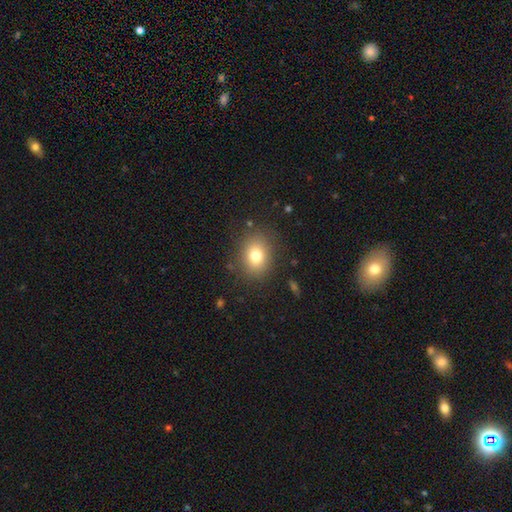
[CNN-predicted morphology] Smooth or featured? Predicted: smooth (p=0.78). How rounded? Predicted: in between (p=0.50). Merging? Predicted: none (p=0.84).